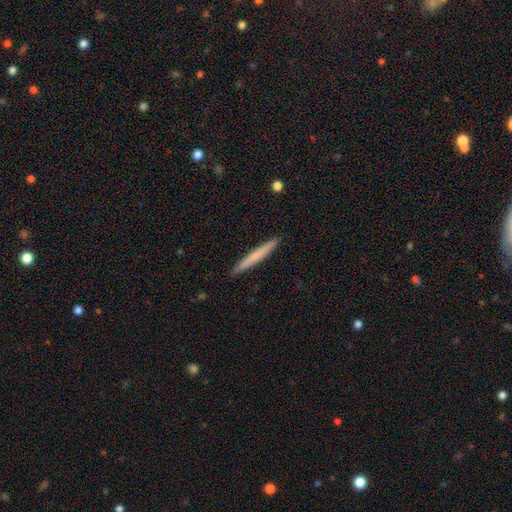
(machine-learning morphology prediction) A smooth galaxy with no disk features (67%) that is cigar-shaped (97%).

Vote fractions:
- Smooth or featured? smooth: 67% / featured or disk: 28% / star or artifact: 5%
- How rounded? cigar-shaped: 97% / in between: 2% / round: 1%
- Merging? none: 92% / minor disturbance: 6% / major disturbance: 1% / merger: 1%